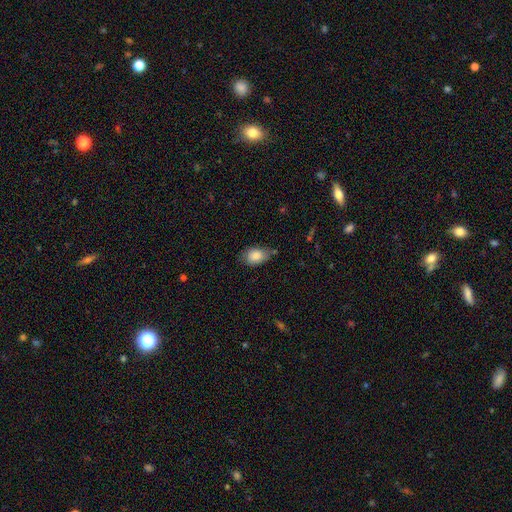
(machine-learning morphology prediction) The model was most divided on "merging": none: 63%, minor disturbance: 28%, major disturbance: 5%, merger: 4%. More confident: smooth or featured — smooth (85%); how rounded — in between (83%).